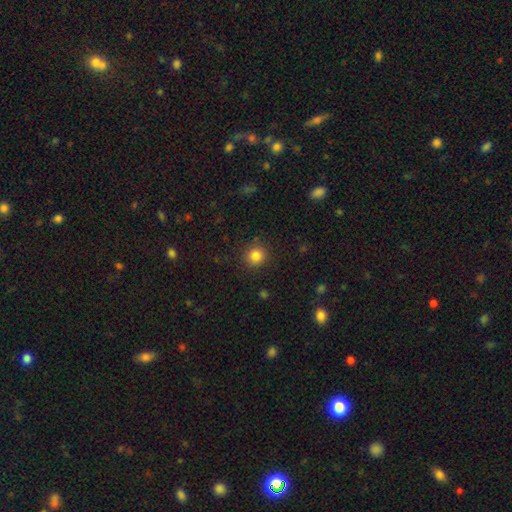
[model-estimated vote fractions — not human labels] The model was most divided on "smooth or featured": smooth: 84%, star or artifact: 11%, featured or disk: 5%. More confident: how rounded — round (91%); merging — none (89%).